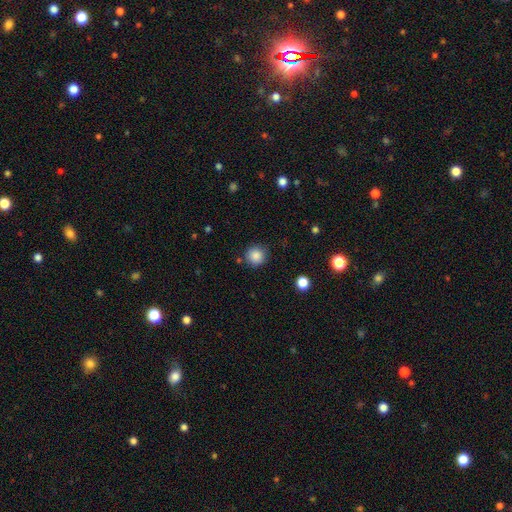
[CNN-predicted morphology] Smooth or featured? smooth (86%)
How rounded? round (93%)
Merging? none (85%)